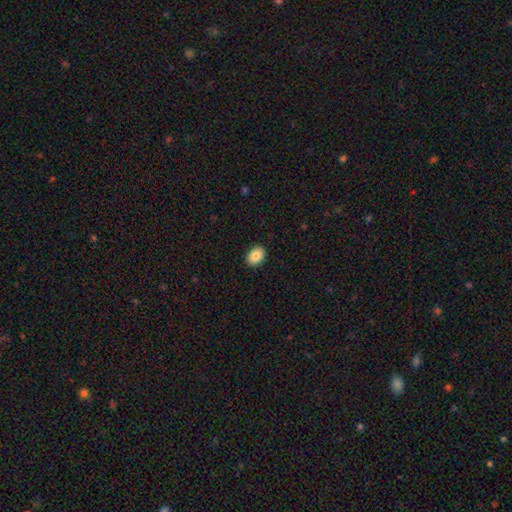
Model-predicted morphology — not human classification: Smooth or featured: smooth — 86% (star or artifact — 8%)
How rounded: in between — 72% (round — 27%)
Merging: none — 90% (minor disturbance — 7%)